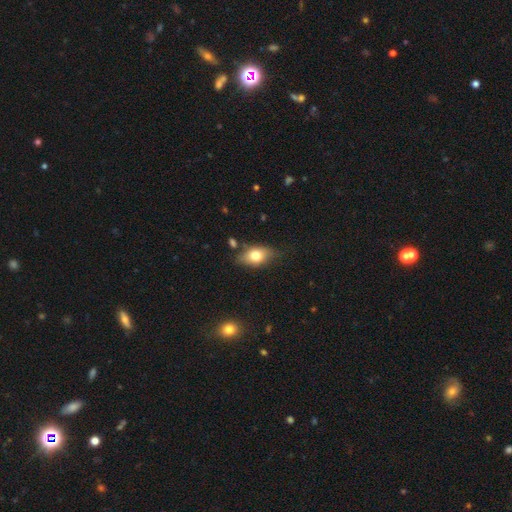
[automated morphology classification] Q: Smooth or featured?
A: smooth (71%); runner-up: featured or disk (20%)
Q: How rounded?
A: in between (82%); runner-up: round (14%)
Q: Merging?
A: none (69%); runner-up: minor disturbance (22%)